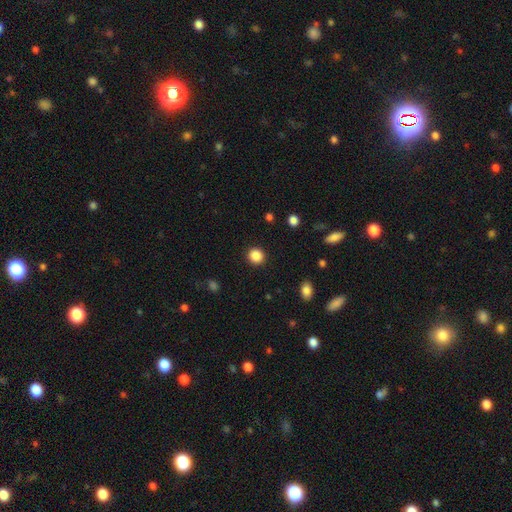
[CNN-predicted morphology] Smooth or featured: smooth — 87% (star or artifact — 10%)
How rounded: round — 91% (in between — 8%)
Merging: none — 92% (minor disturbance — 5%)